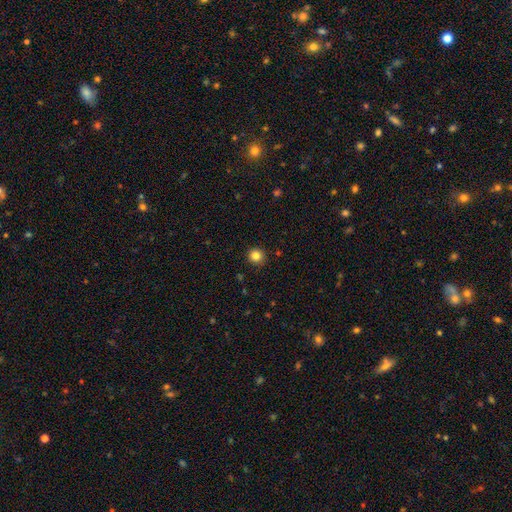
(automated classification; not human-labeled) Smooth or featured? smooth (84%)
How rounded? round (94%)
Merging? none (91%)